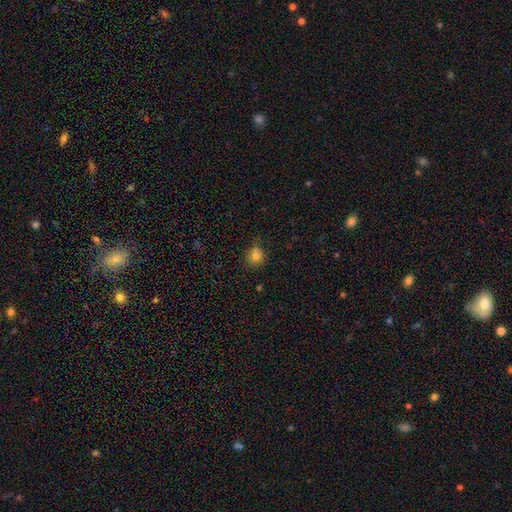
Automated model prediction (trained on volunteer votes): smooth_or_featured: smooth (p=0.80) [alt: star or artifact p=0.12]
how_rounded: round (p=0.79) [alt: in between p=0.20]
merging: none (p=0.67) [alt: minor disturbance p=0.22]